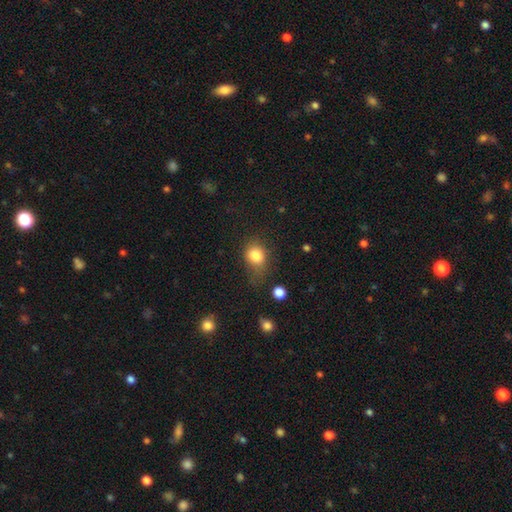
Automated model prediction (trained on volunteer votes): The model was most divided on "how rounded": round: 57%, in between: 42%, cigar-shaped: 1%. More confident: smooth or featured — smooth (82%); merging — none (52%).